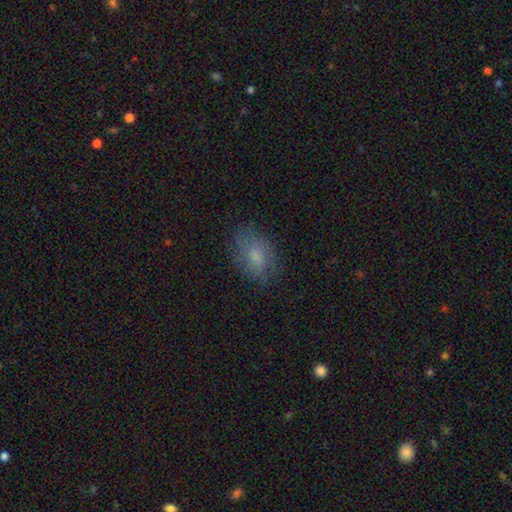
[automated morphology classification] Smooth or featured: smooth — 65% (featured or disk — 25%)
How rounded: in between — 82% (round — 16%)
Merging: none — 72% (minor disturbance — 20%)